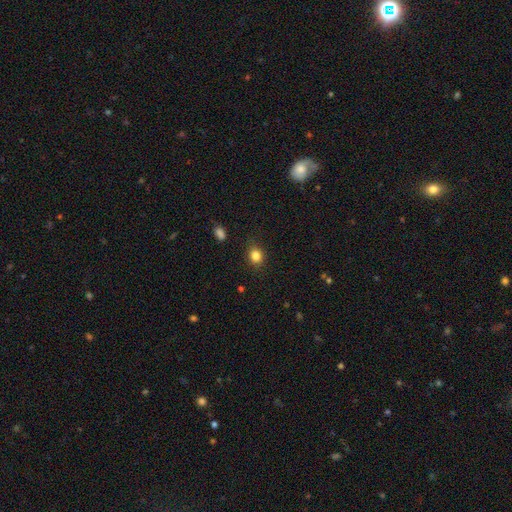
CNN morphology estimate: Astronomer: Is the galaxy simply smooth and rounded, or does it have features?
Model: smooth — 83%.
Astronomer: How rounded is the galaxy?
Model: round — 67%.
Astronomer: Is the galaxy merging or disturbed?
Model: none — 85%.